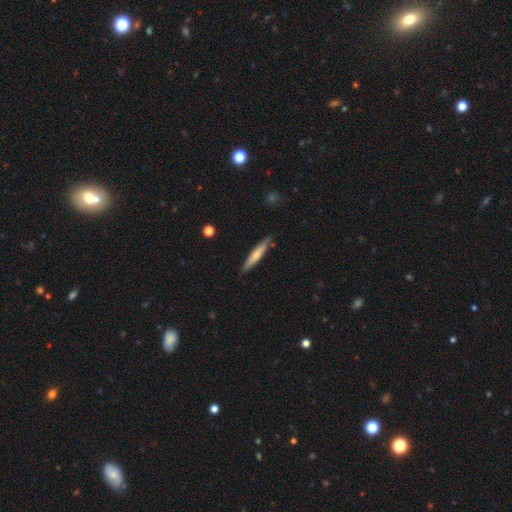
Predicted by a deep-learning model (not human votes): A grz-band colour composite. It shows a smooth galaxy with no disk features (54%) that is cigar-shaped (93%). Merging: none (86%).